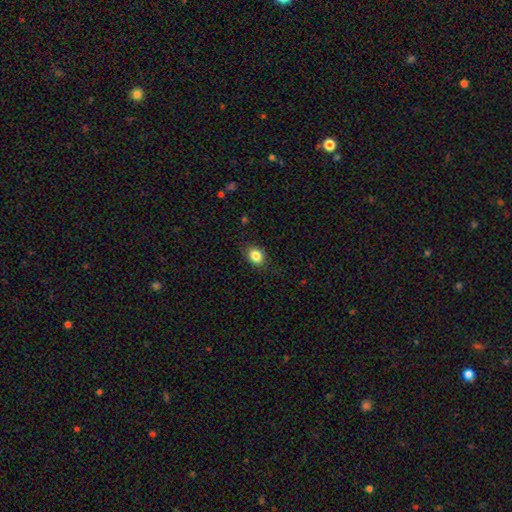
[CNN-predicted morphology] The model was most divided on "how rounded": round: 53%, in between: 46%, cigar-shaped: 1%. More confident: smooth or featured — smooth (85%); merging — none (83%).